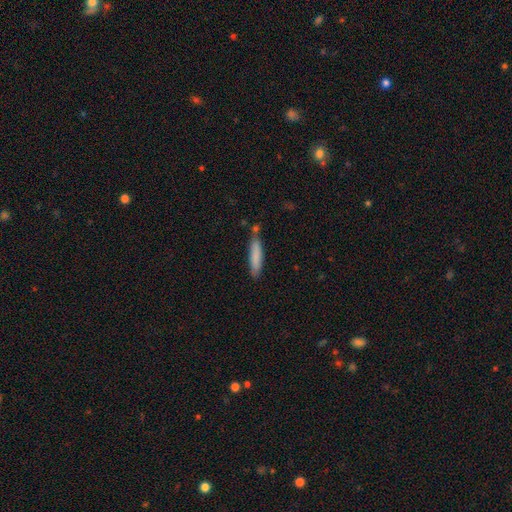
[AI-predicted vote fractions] Overall: smooth (82%). How rounded: cigar-shaped (84%). Merging: none (74%).